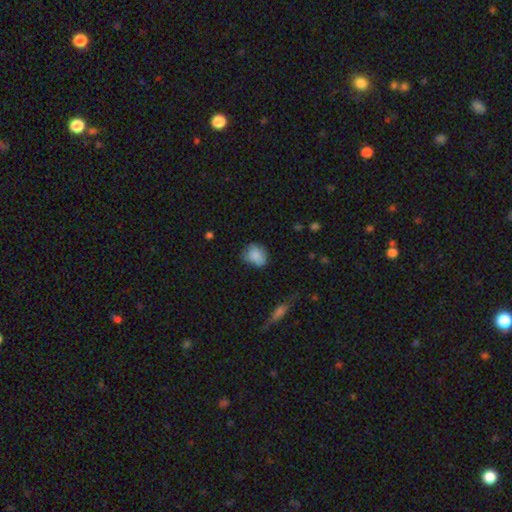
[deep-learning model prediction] Smooth or featured? Predicted: smooth (p=0.82). How rounded? Predicted: round (p=0.54). Merging? Predicted: none (p=0.59).